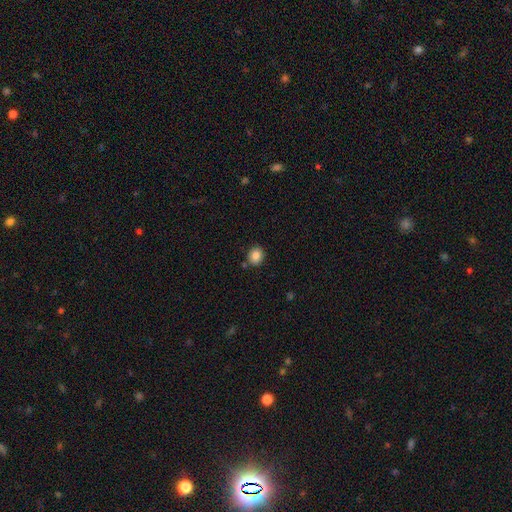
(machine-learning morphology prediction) Smooth or featured?
  - smooth: 85% *
  - star or artifact: 9%
  - featured or disk: 6%
How rounded?
  - round: 65% *
  - in between: 34%
  - cigar-shaped: 1%
Merging?
  - none: 84% *
  - minor disturbance: 9%
  - merger: 4%
  - major disturbance: 2%